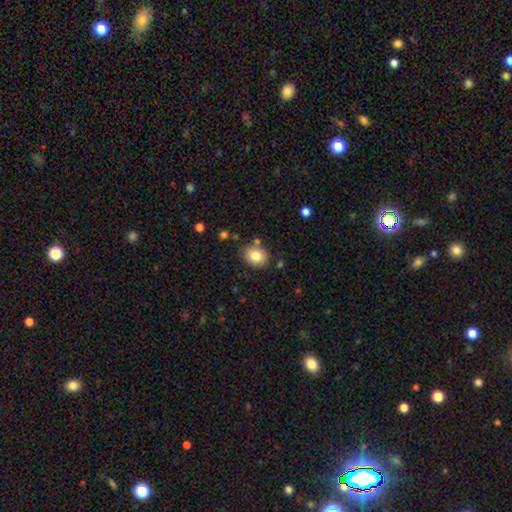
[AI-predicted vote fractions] Morphology: type=smooth (81%); roundness=in between (50%, tied with round); merging=none (81%).